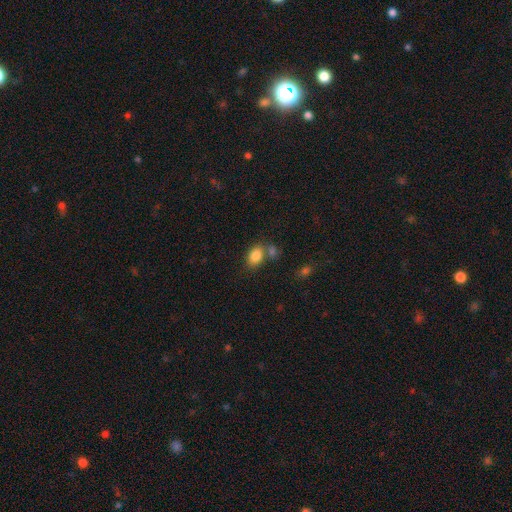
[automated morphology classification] Smooth or featured: smooth — 84% (star or artifact — 9%)
How rounded: in between — 80% (round — 18%)
Merging: none — 56% (merger — 25%)